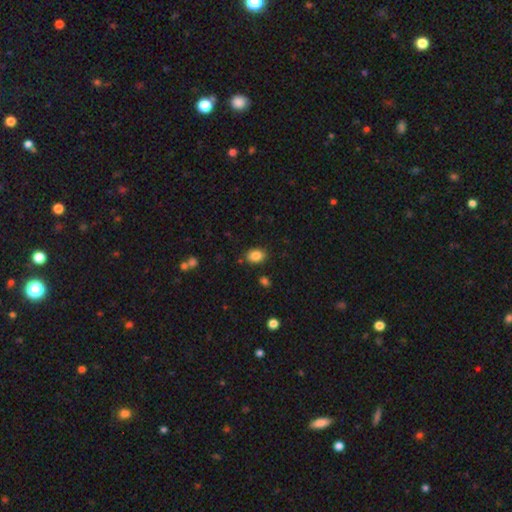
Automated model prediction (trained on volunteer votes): The model was most divided on "how rounded": in between: 71%, round: 28%, cigar-shaped: 1%. More confident: smooth or featured — smooth (86%); merging — none (84%).